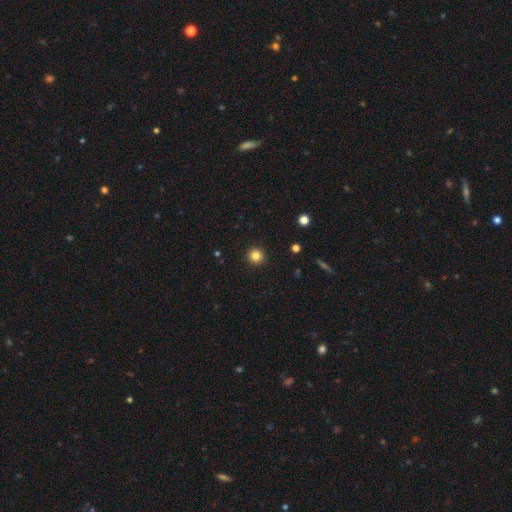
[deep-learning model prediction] smooth_or_featured: smooth (p=0.83) [alt: star or artifact p=0.12]
how_rounded: round (p=0.96) [alt: in between p=0.03]
merging: none (p=0.93) [alt: minor disturbance p=0.04]